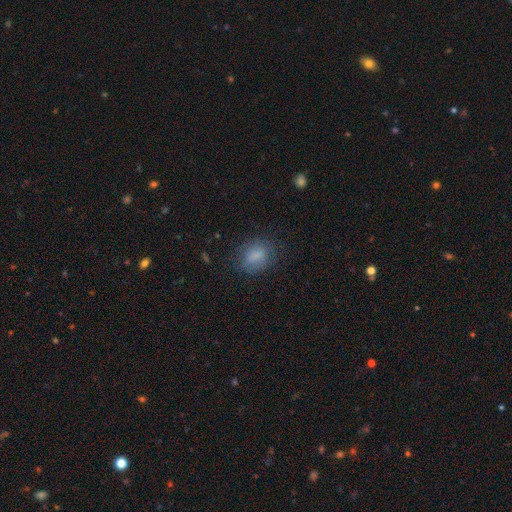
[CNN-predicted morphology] Overall: smooth (79%). How rounded: in between (62%; round 36%). Merging: none (72%).